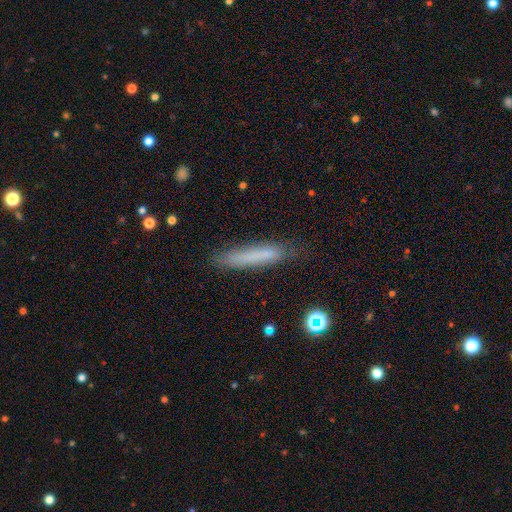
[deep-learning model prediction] Q: Smooth or featured?
A: smooth (72%); runner-up: featured or disk (19%)
Q: How rounded?
A: cigar-shaped (91%); runner-up: in between (7%)
Q: Merging?
A: none (76%); runner-up: minor disturbance (17%)